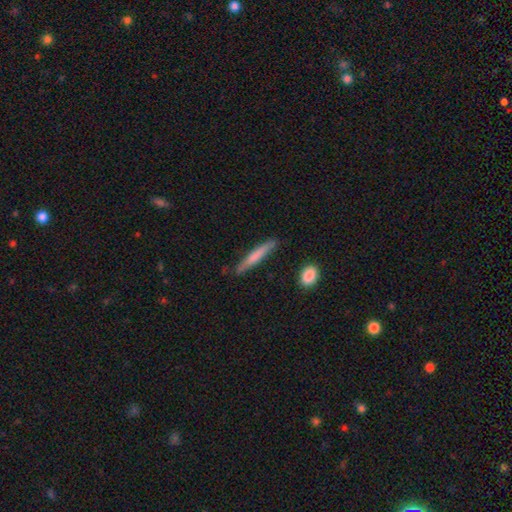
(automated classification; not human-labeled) smooth_or_featured: smooth (p=0.66) [alt: featured or disk p=0.28]
how_rounded: cigar-shaped (p=0.94) [alt: in between p=0.04]
merging: none (p=0.84) [alt: minor disturbance p=0.12]